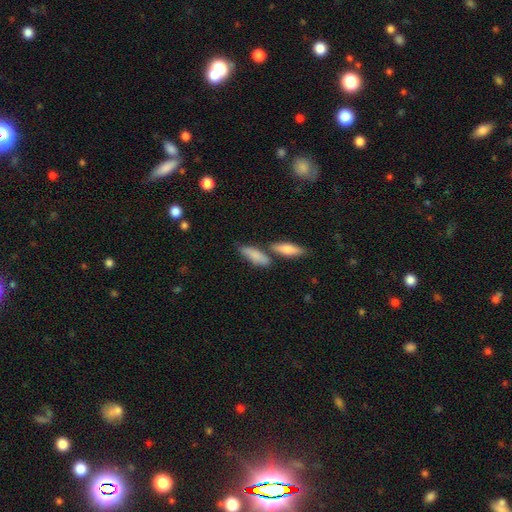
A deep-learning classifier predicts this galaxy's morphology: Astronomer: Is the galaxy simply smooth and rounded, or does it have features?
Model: smooth — 82%.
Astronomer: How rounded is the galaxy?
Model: in between — 61%.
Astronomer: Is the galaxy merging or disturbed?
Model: none — 59%.